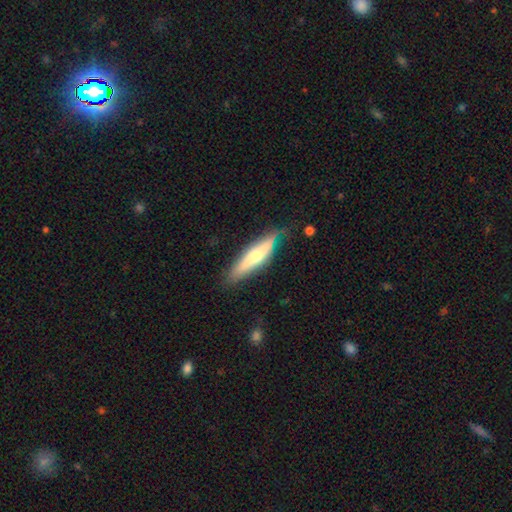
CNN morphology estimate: A featured or disk galaxy (47%, tied with smooth). Merging: none (76%).